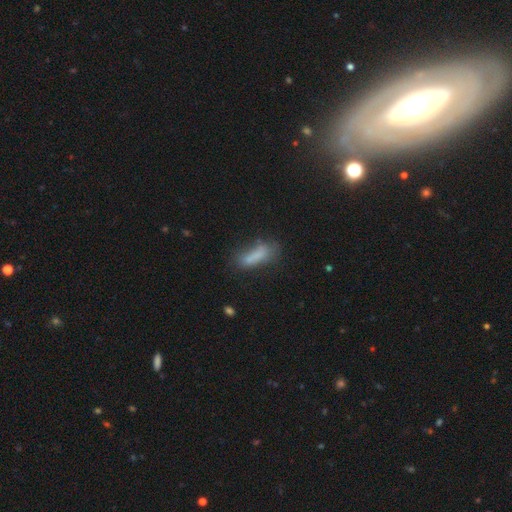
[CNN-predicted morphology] This is likely a smooth galaxy (73%). How rounded: possibly cigar-shaped (50%). Merging: possibly none (52%).